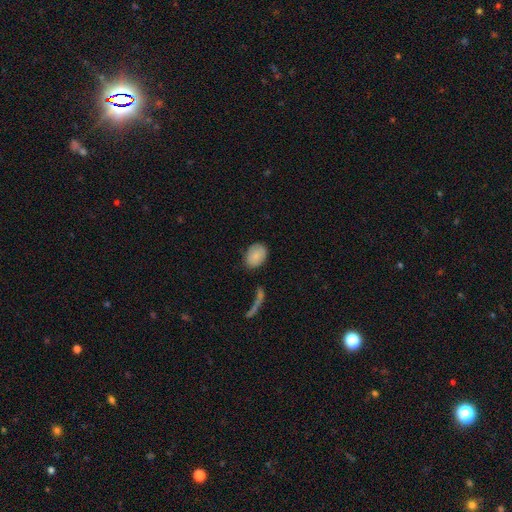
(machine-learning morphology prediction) This appears to be a smooth galaxy with no disk features (83%) that is in between round and cigar-shaped (69%). Merging: none (76%).